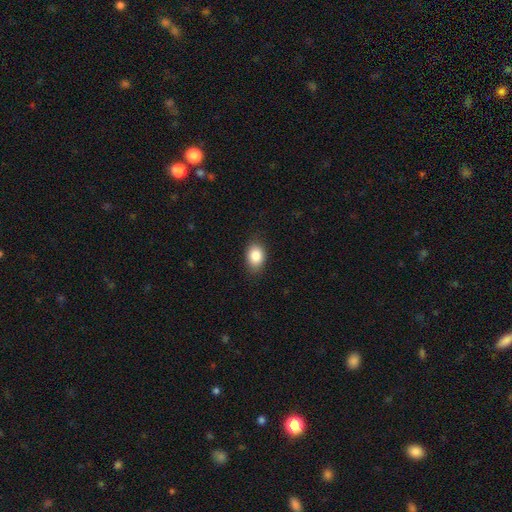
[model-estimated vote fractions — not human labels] The model was most divided on "how rounded": in between: 77%, round: 21%, cigar-shaped: 1%. More confident: smooth or featured — smooth (85%); merging — none (84%).